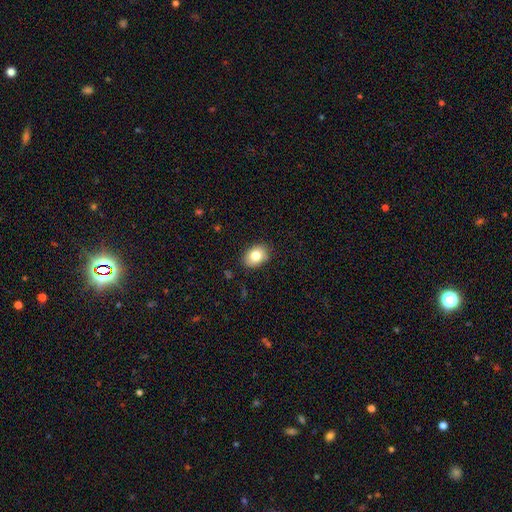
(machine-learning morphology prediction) smooth_or_featured: smooth (p=0.80) [alt: featured or disk p=0.12]
how_rounded: in between (p=0.76) [alt: round p=0.23]
merging: none (p=0.85) [alt: minor disturbance p=0.11]